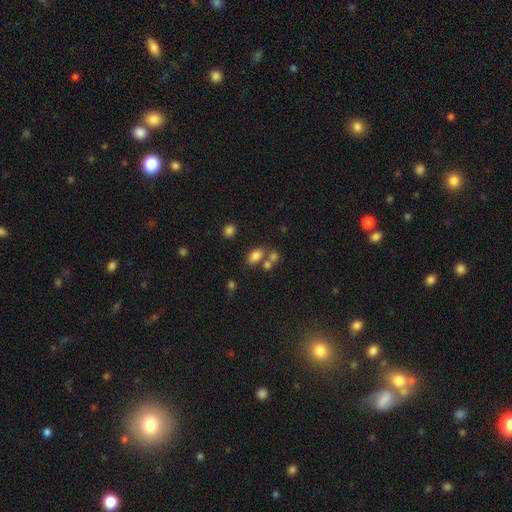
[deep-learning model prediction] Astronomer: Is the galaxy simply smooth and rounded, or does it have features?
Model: smooth — 78%.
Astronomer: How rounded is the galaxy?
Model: in between — 82%.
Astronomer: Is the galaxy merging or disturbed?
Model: none — 54% (runner-up: merger, 29%).